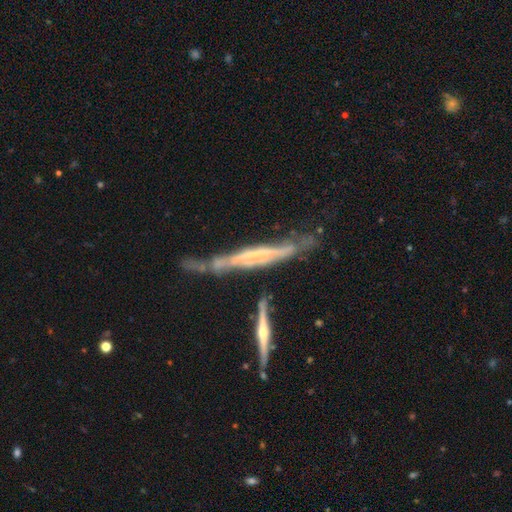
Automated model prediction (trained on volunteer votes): smooth-or-featured: featured or disk: 75% | smooth: 17% | star or artifact: 8%
  disk-edge-on: yes: 86% | no: 14%
    edge-on-bulge: none: 58% | rounded: 23% | boxy: 18%
  merging: none: 41% | minor disturbance: 26% | merger: 18% | major disturbance: 15%